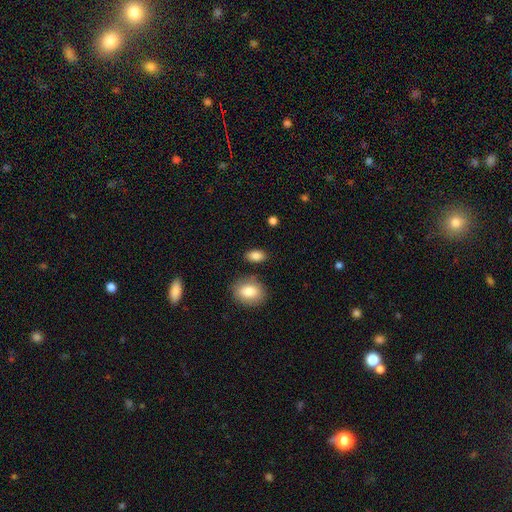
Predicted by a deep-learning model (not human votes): A smooth galaxy with no disk features (86%) that is in between round and cigar-shaped (87%). Merging: none (82%).